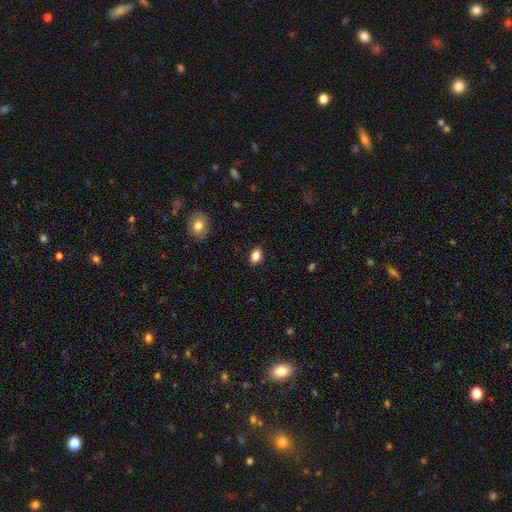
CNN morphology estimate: Smooth or featured: smooth — 84% (star or artifact — 9%)
How rounded: in between — 82% (round — 16%)
Merging: none — 88% (minor disturbance — 9%)